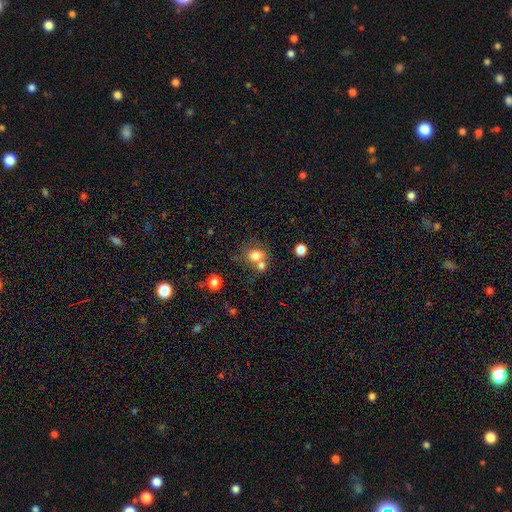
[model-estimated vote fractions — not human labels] Smooth or featured?
  - smooth: 76% *
  - star or artifact: 13%
  - featured or disk: 11%
How rounded?
  - round: 54% *
  - in between: 45%
  - cigar-shaped: 1%
Merging?
  - none: 44% *
  - merger: 36%
  - minor disturbance: 13%
  - major disturbance: 7%